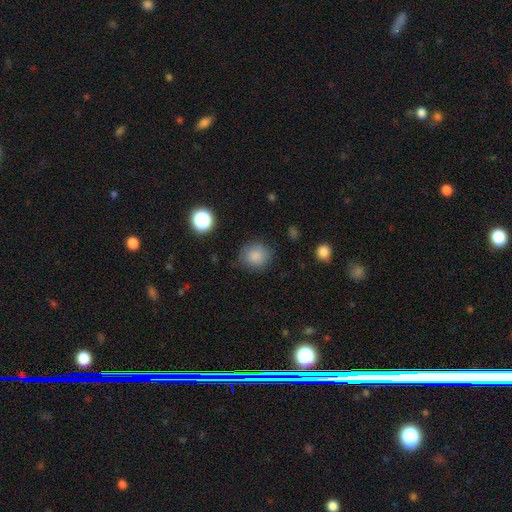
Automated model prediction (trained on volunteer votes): Smooth or featured?
  - smooth: 85% *
  - star or artifact: 10%
  - featured or disk: 5%
How rounded?
  - round: 85% *
  - in between: 14%
  - cigar-shaped: 1%
Merging?
  - none: 81% *
  - minor disturbance: 13%
  - major disturbance: 4%
  - merger: 1%